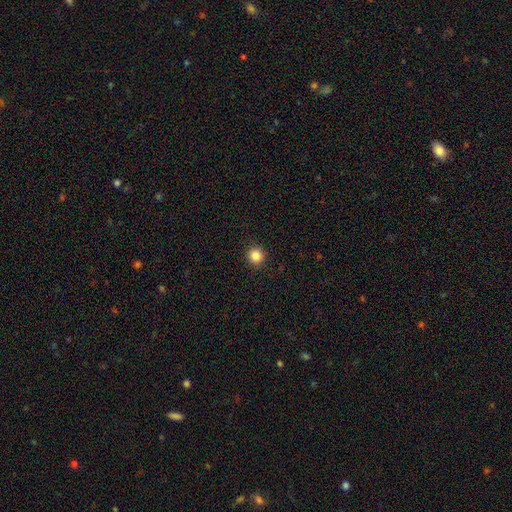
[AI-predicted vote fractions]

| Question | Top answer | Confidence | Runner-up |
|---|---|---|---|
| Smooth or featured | smooth | 85% | star or artifact (11%) |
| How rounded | round | 92% | in between (7%) |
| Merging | none | 92% | minor disturbance (6%) |